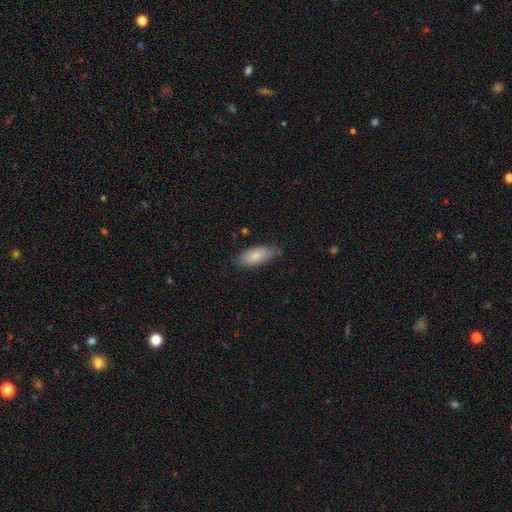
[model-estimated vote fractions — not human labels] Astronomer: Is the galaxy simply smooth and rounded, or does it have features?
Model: smooth — 83%.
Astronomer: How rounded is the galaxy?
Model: in between — 86%.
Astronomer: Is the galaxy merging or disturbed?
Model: none — 73%.